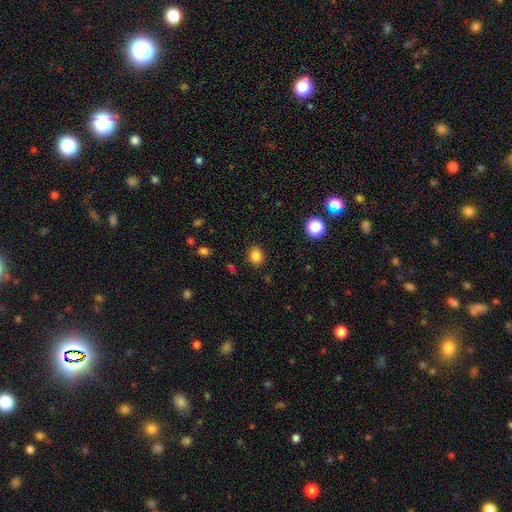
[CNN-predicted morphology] Smooth or featured?
  - smooth: 84% *
  - star or artifact: 12%
  - featured or disk: 4%
How rounded?
  - round: 69% *
  - in between: 30%
  - cigar-shaped: 1%
Merging?
  - none: 88% *
  - minor disturbance: 8%
  - major disturbance: 3%
  - merger: 1%